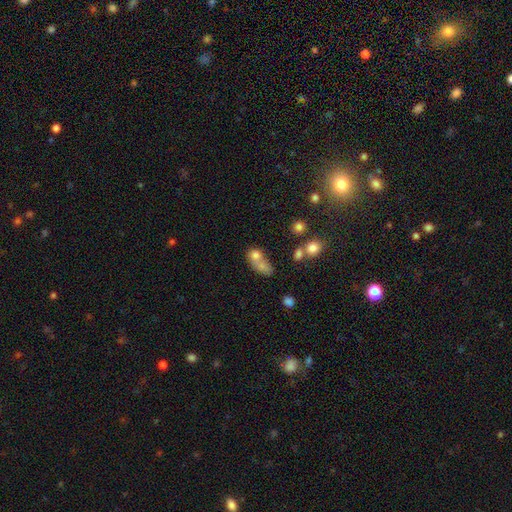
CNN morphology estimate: type=smooth (70%); roundness=in between (54%); merging=merger (59%).